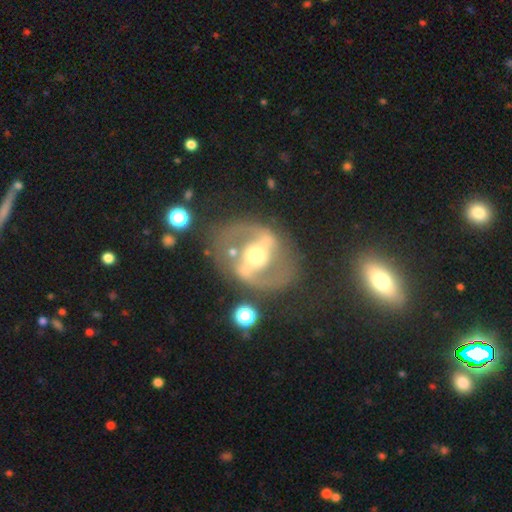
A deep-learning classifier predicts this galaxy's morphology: This is clearly a featured or disk galaxy (84%). It is clearly not viewed edge-on (95%). Bar: likely strong (64%). Spiral arm pattern: likely yes (75%). Spiral arm count: clearly 2 (90%). Spiral winding: possibly medium (51%). Central bulge: likely moderate (68%). Merging: likely none (74%).